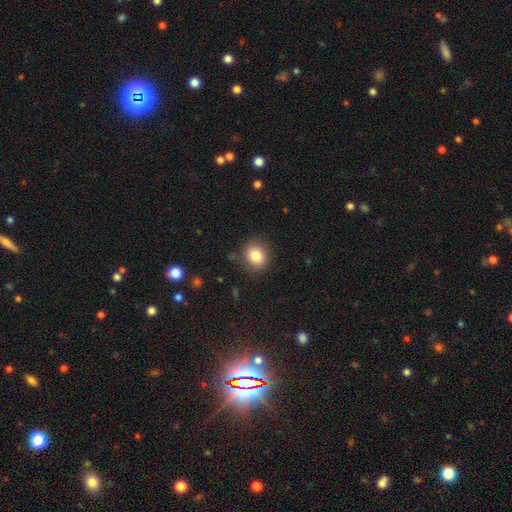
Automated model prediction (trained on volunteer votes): This is clearly a smooth galaxy (81%). How rounded: likely round (74%). Merging: clearly none (85%).